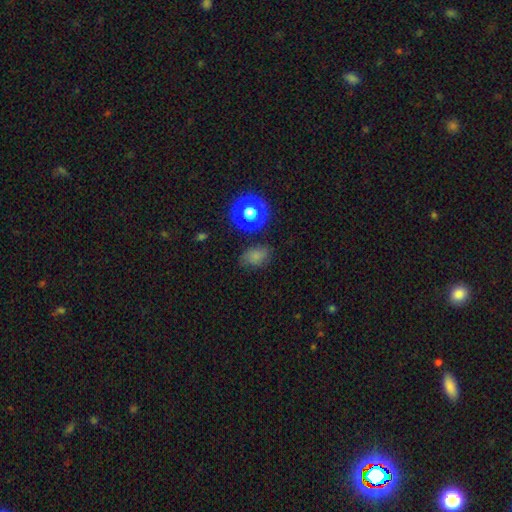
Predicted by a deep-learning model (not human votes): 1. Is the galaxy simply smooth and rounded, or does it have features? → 70% smooth, 21% star or artifact, 9% featured or disk.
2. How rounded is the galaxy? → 70% in between, 28% round, 2% cigar-shaped.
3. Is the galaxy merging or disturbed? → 69% none, 20% minor disturbance, 8% major disturbance, 3% merger.